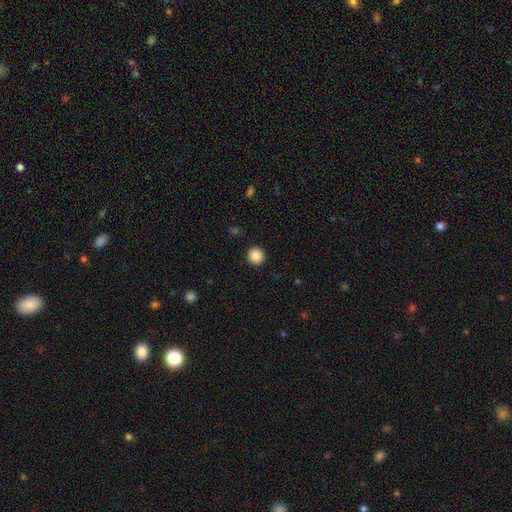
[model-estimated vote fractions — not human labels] Morphology: type=smooth (87%); roundness=round (95%); merging=none (93%).